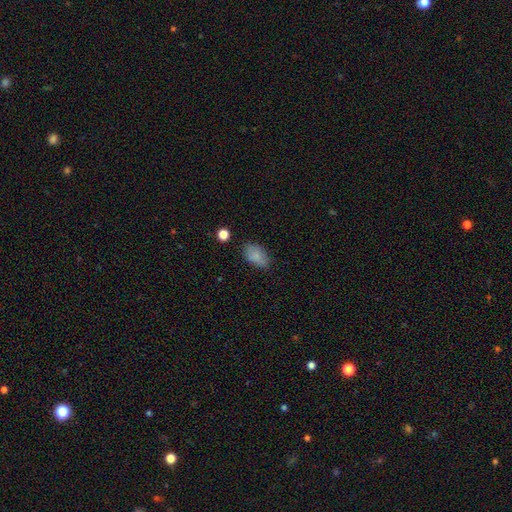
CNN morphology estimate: Overall: smooth (83%). How rounded: in between (90%). Merging: none (74%).